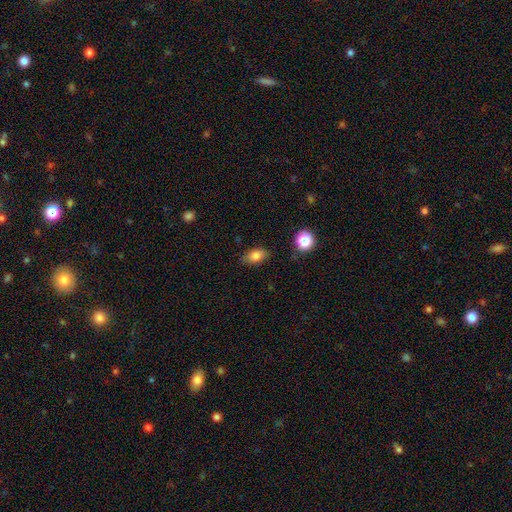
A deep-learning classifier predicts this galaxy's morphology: smooth-or-featured: smooth: 82% | star or artifact: 10% | featured or disk: 8%
  how-rounded: in between: 85% | round: 12% | cigar-shaped: 3%
  merging: none: 80% | minor disturbance: 15% | major disturbance: 3% | merger: 2%